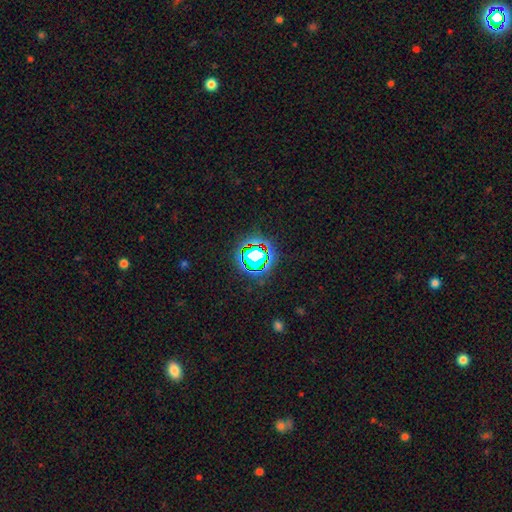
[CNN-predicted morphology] smooth-or-featured: star or artifact: 70% | smooth: 18% | featured or disk: 12%